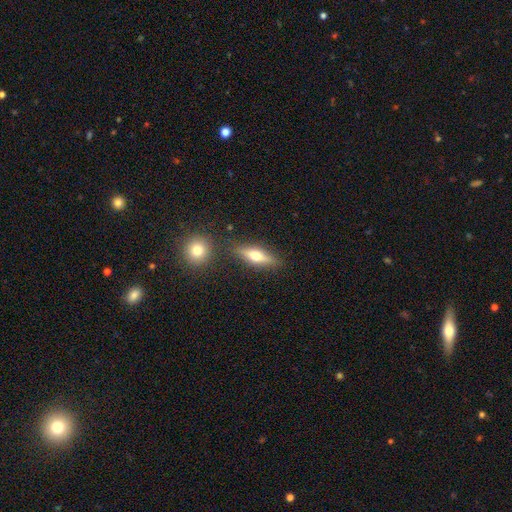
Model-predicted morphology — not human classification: Smooth or featured? Predicted: featured or disk (p=0.51). Edge-on disk? Predicted: yes (p=0.91). Merging? Predicted: none (p=0.83).